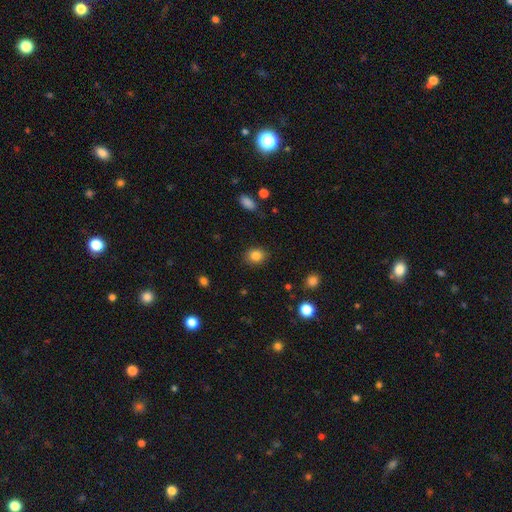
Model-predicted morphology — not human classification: A smooth galaxy with no disk features (84%) that is round (57%).

Vote fractions:
- Smooth or featured? smooth: 84% / star or artifact: 10% / featured or disk: 6%
- How rounded? round: 57% / in between: 42% / cigar-shaped: 1%
- Merging? none: 87% / minor disturbance: 10% / major disturbance: 2% / merger: 1%